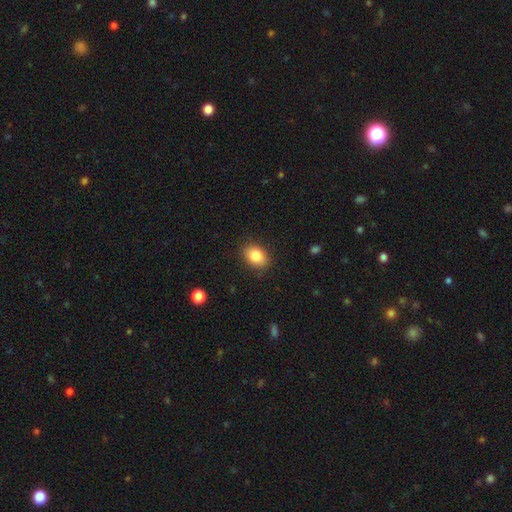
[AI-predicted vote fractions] This appears to be a smooth galaxy with no disk features (85%) that is in between round and cigar-shaped (75%). Merging: none (87%).